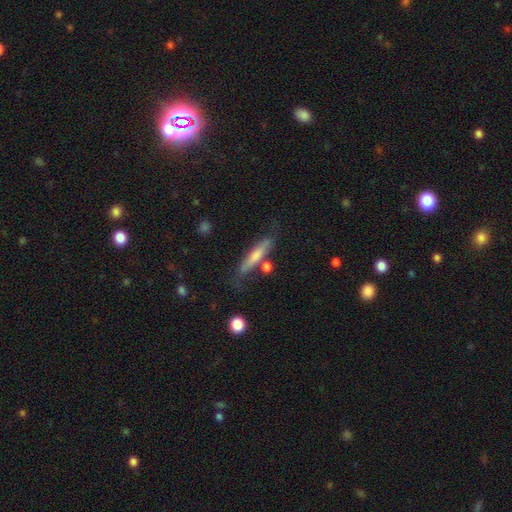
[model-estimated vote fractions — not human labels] Smooth or featured: smooth — 57% (featured or disk — 37%)
How rounded: cigar-shaped — 87% (in between — 11%)
Merging: none — 70% (minor disturbance — 17%)